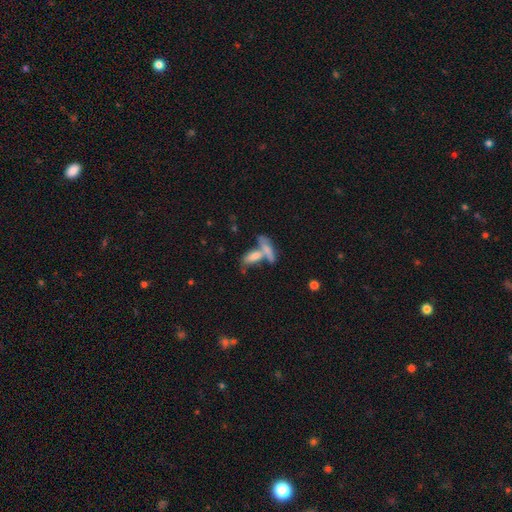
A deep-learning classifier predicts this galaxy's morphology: Q: Smooth or featured?
A: smooth (66%); runner-up: featured or disk (24%)
Q: How rounded?
A: in between (58%); runner-up: cigar-shaped (38%)
Q: Merging?
A: merger (57%); runner-up: none (28%)